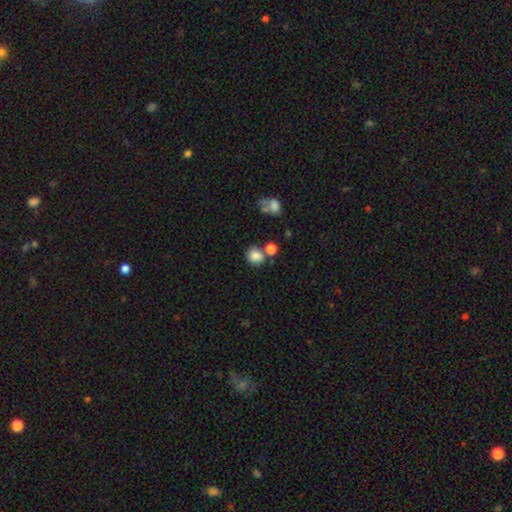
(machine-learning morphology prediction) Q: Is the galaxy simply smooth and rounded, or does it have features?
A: smooth — 83%.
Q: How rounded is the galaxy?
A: round — 79%.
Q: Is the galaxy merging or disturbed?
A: none — 59%.